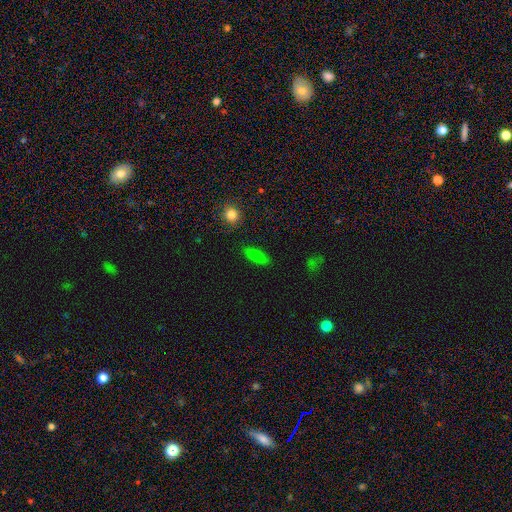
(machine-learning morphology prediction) type=smooth (82%); roundness=in between (56%); merging=none (87%).